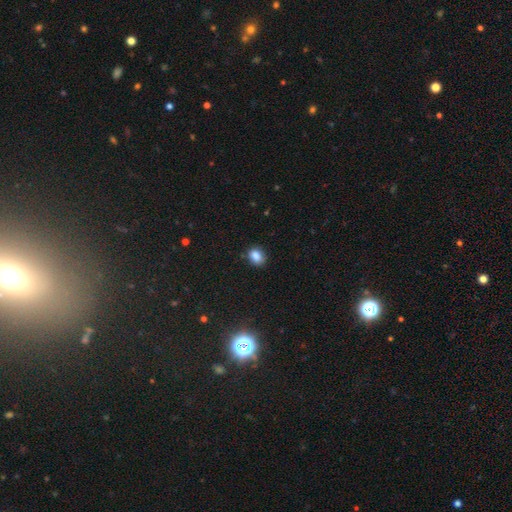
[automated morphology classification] smooth_or_featured: smooth (p=0.86) [alt: star or artifact p=0.10]
how_rounded: in between (p=0.59) [alt: round p=0.39]
merging: none (p=0.81) [alt: minor disturbance p=0.15]